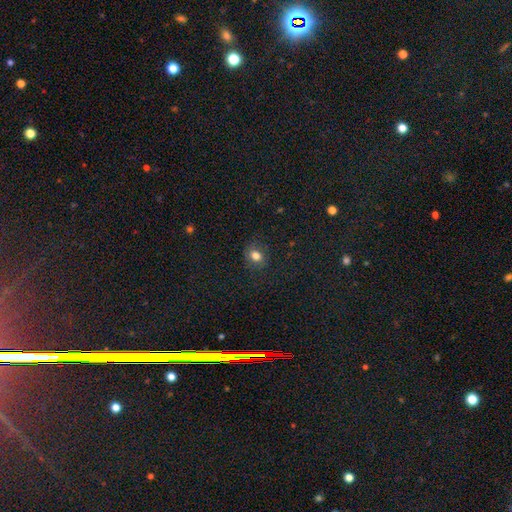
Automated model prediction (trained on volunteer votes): smooth 79%, star or artifact 14%, featured or disk 8%. Down the decision tree: how rounded — round (62%); merging — none (82%).